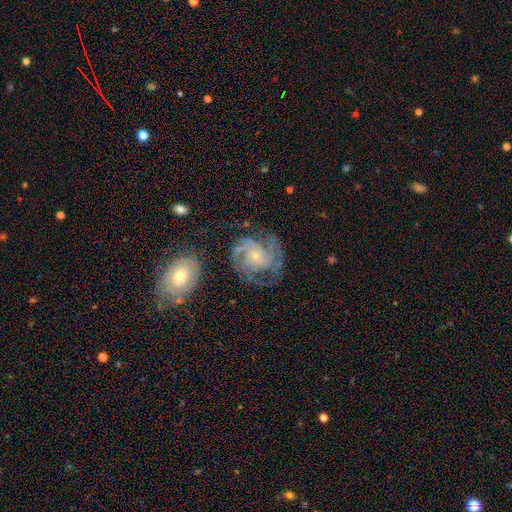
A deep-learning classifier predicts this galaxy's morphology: This is clearly a featured or disk galaxy (84%). It is clearly not viewed edge-on (98%). Bar: likely no (73%). Spiral arm pattern: clearly yes (95%). Spiral arm count: marginally 3 (32%). Spiral winding: possibly tight (50%). Central bulge: likely small (77%). Merging: likely none (62%).